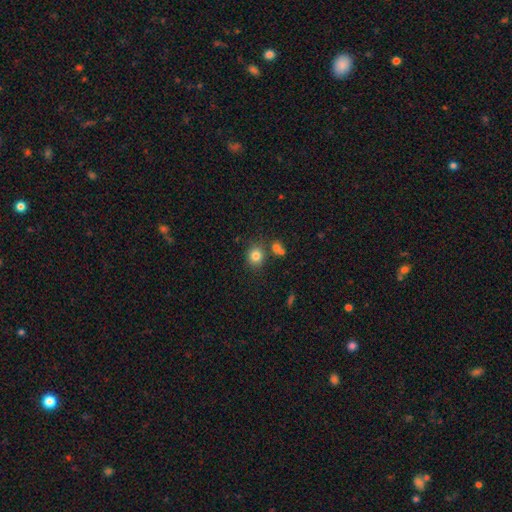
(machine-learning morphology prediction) Smooth or featured: smooth — 82% (star or artifact — 12%)
How rounded: round — 78% (in between — 21%)
Merging: none — 74% (merger — 12%)